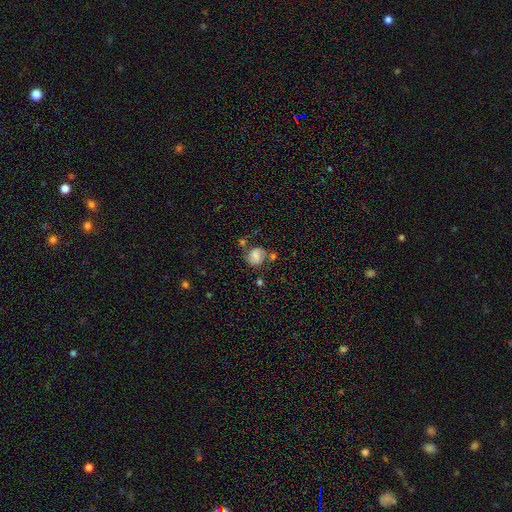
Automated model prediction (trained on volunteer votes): Smooth or featured? Predicted: smooth (p=0.58). How rounded? Predicted: round (p=0.70). Merging? Predicted: none (p=0.53).